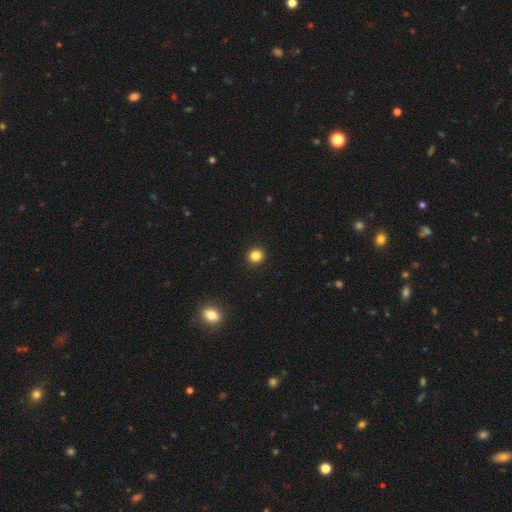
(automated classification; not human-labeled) Morphology: type=smooth (84%); roundness=round (88%); merging=none (93%).